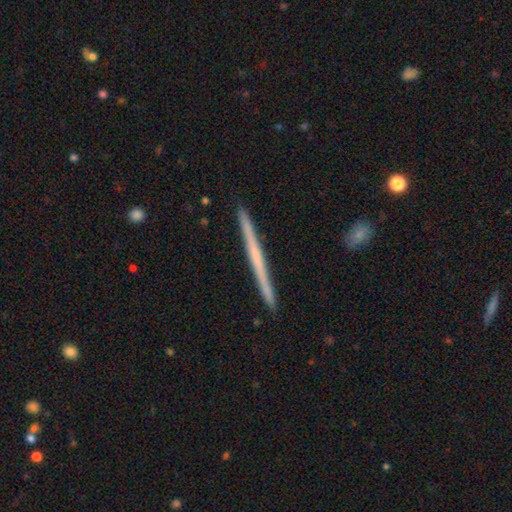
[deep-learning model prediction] Morphology: type=featured or disk (57%); edge-on=yes (98%); edge-on bulge=none (84%); merging=none (92%).